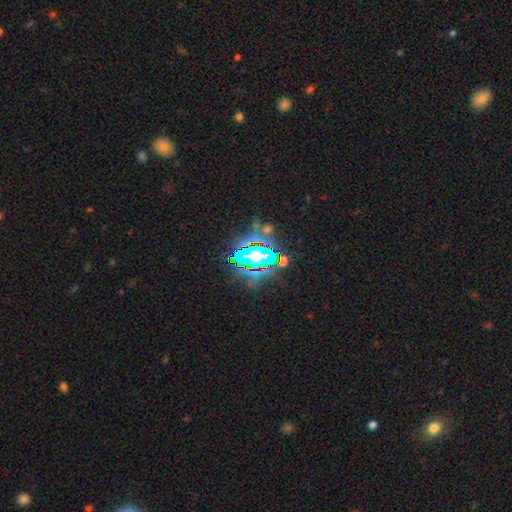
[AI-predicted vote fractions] Morphology: type=star or artifact (81%).